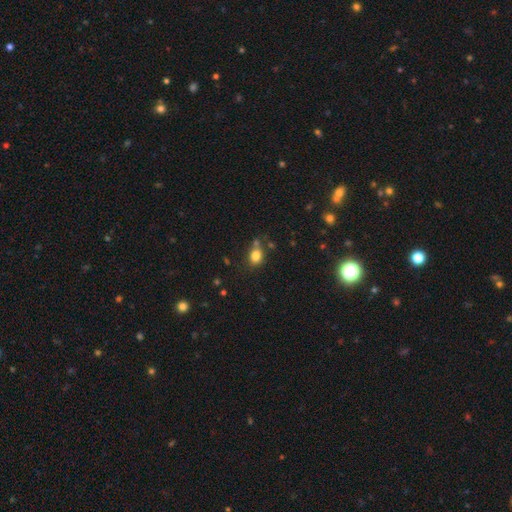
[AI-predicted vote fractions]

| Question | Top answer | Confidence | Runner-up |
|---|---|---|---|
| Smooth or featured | smooth | 81% | star or artifact (12%) |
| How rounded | in between | 53% | round (46%) |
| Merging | none | 63% | minor disturbance (18%) |